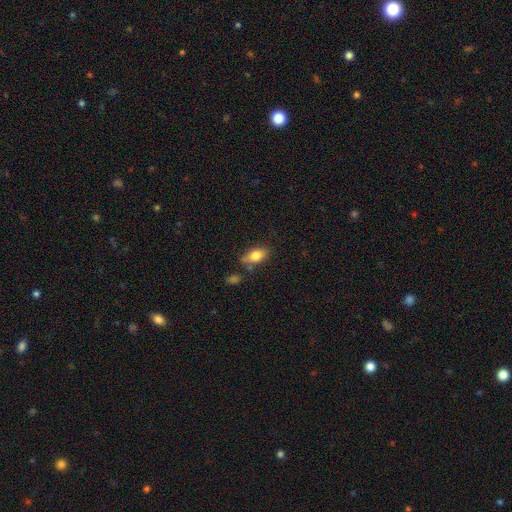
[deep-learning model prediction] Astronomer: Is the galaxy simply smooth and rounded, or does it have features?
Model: smooth — 79%.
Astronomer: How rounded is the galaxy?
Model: in between — 86%.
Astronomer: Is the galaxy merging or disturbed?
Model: none — 68%.